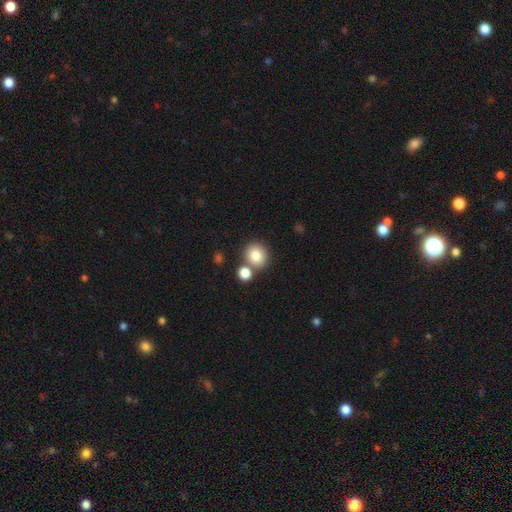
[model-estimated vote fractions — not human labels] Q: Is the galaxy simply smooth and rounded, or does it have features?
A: smooth — 82%.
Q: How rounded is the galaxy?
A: round — 85%.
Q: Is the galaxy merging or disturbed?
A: none — 67%.